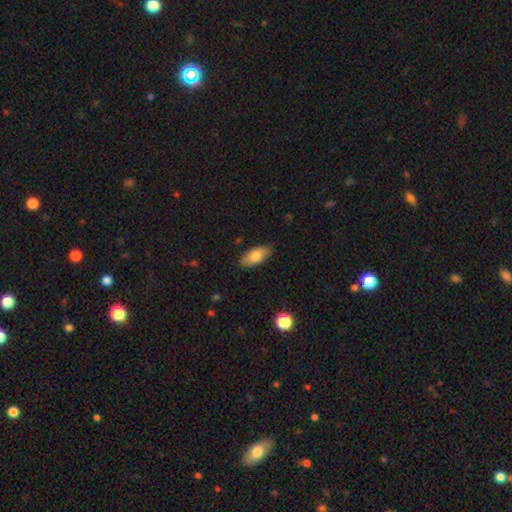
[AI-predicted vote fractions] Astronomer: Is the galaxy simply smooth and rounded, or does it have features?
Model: smooth — 78%.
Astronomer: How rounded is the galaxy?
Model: in between — 88%.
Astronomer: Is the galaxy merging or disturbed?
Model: none — 85%.